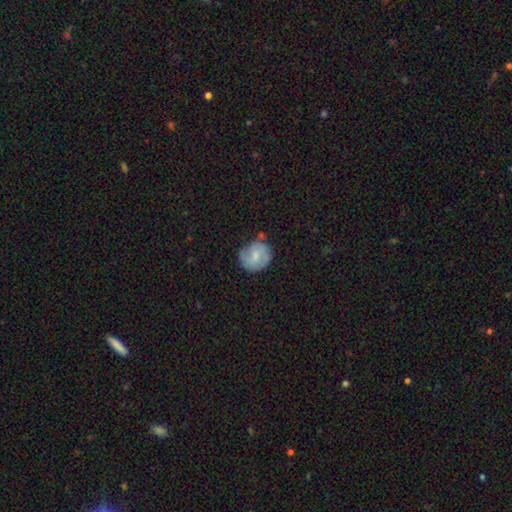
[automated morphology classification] Smooth or featured? smooth (58%)
How rounded? round (84%)
Merging? none (67%)